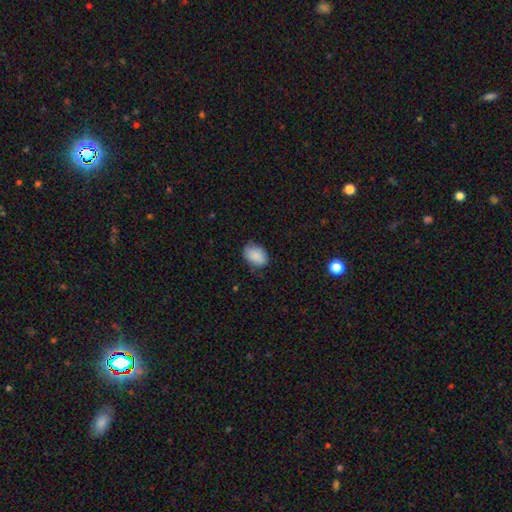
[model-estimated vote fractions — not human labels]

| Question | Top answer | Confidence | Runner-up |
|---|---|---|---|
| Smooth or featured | smooth | 86% | star or artifact (7%) |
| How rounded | in between | 79% | round (20%) |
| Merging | none | 75% | minor disturbance (20%) |